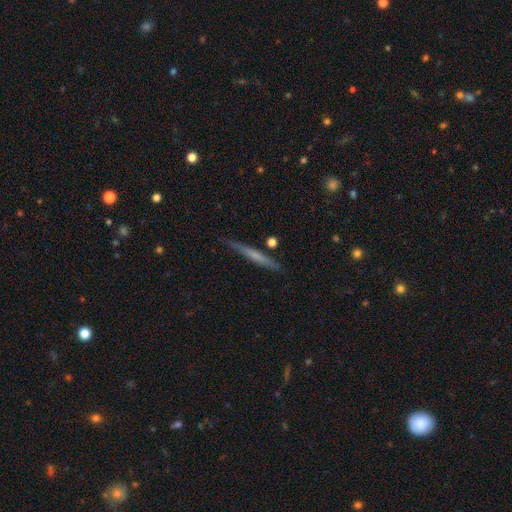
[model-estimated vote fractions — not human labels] smooth 49%, featured or disk 45%, star or artifact 6%. Down the decision tree: merging — none (87%).